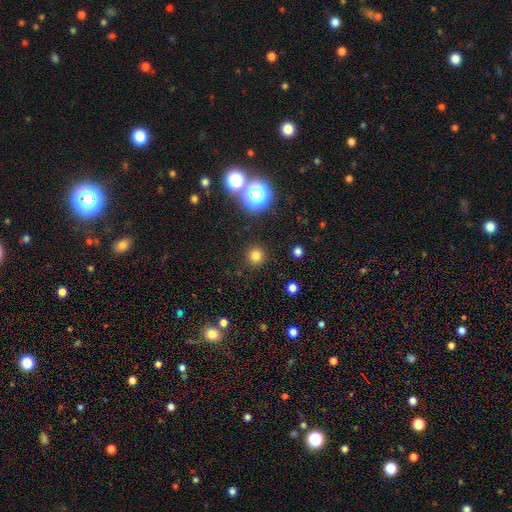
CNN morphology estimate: smooth-or-featured: smooth: 78% | star or artifact: 17% | featured or disk: 5%
  how-rounded: round: 95% | in between: 4% | cigar-shaped: 1%
  merging: none: 91% | minor disturbance: 5% | major disturbance: 2% | merger: 2%